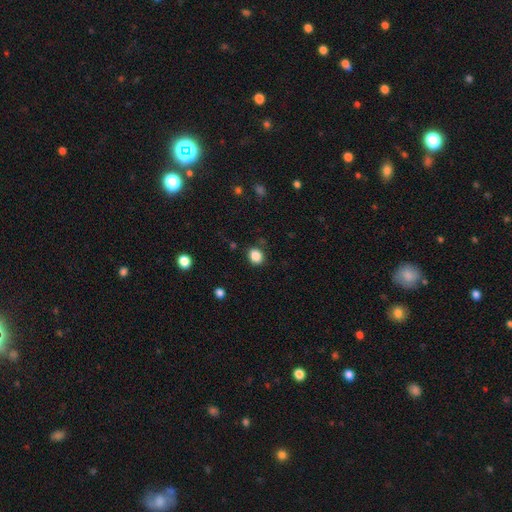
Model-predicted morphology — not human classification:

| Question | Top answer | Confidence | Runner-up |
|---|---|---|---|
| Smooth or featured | smooth | 86% | star or artifact (10%) |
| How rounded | round | 61% | in between (39%) |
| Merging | none | 81% | minor disturbance (13%) |